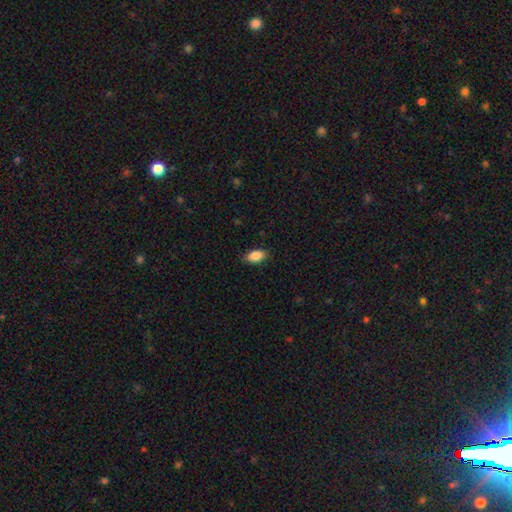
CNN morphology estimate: The model was most divided on "merging": none: 86%, minor disturbance: 11%, major disturbance: 2%, merger: 1%. More confident: how rounded — in between (91%); smooth or featured — smooth (88%).